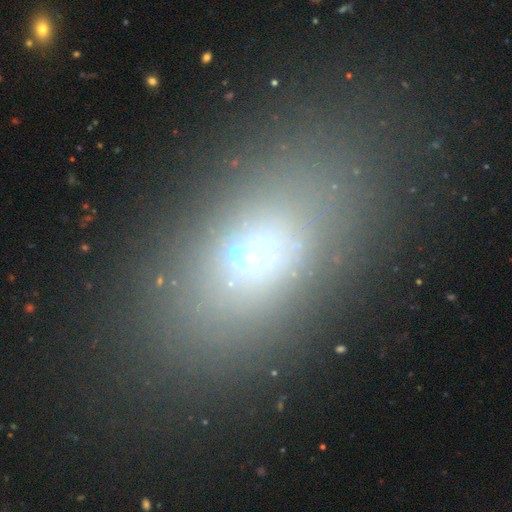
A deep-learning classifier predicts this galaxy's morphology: smooth_or_featured: smooth (p=0.49) [alt: star or artifact p=0.25]
merging: none (p=0.70) [alt: minor disturbance p=0.15]